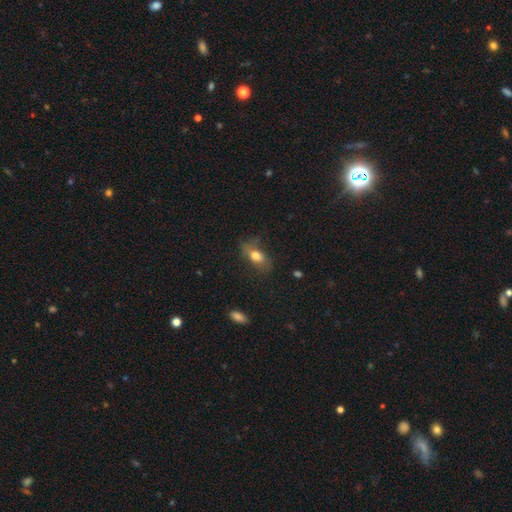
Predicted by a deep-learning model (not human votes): The model was most divided on "merging": none: 61%, minor disturbance: 24%, major disturbance: 12%, merger: 2%. More confident: how rounded — in between (81%); smooth or featured — smooth (72%).